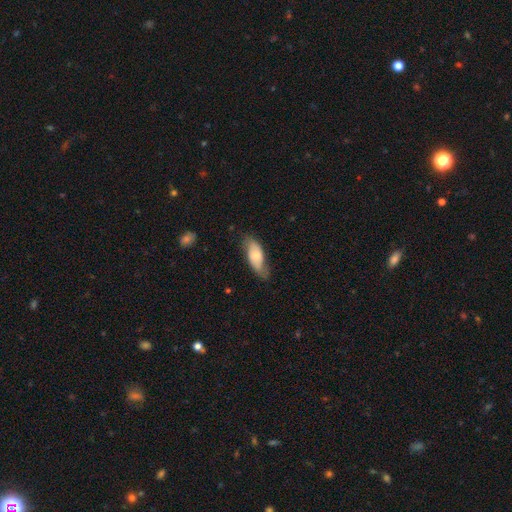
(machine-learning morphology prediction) Overall: smooth (63%; featured or disk 31%). How rounded: in between (81%). Merging: none (64%; minor disturbance 27%).